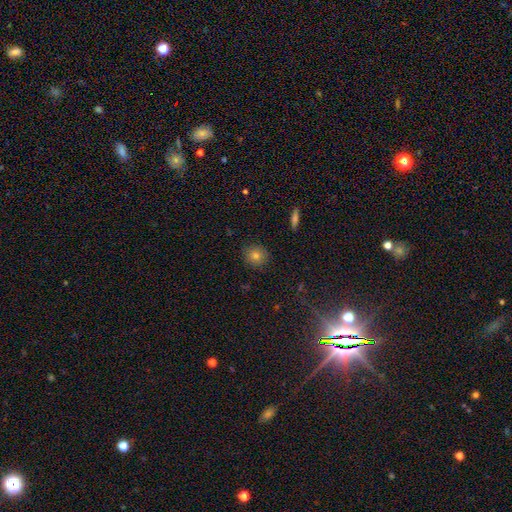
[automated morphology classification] Smooth or featured?
  - smooth: 75% *
  - star or artifact: 15%
  - featured or disk: 10%
How rounded?
  - round: 88% *
  - in between: 11%
  - cigar-shaped: 1%
Merging?
  - none: 89% *
  - minor disturbance: 8%
  - major disturbance: 2%
  - merger: 1%